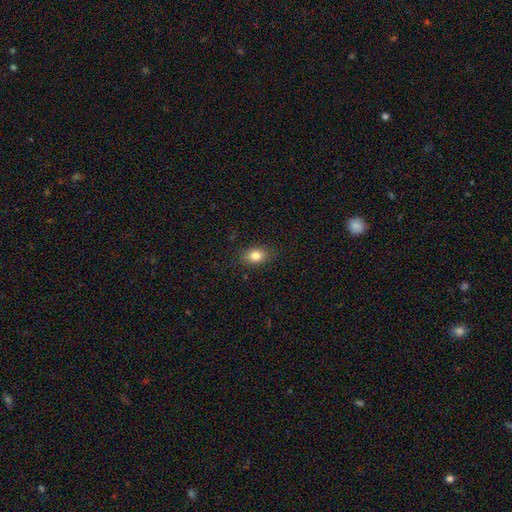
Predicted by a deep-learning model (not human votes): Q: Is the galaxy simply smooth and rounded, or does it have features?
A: smooth — 82%.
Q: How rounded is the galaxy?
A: in between — 71%.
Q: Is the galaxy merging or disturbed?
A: none — 85%.